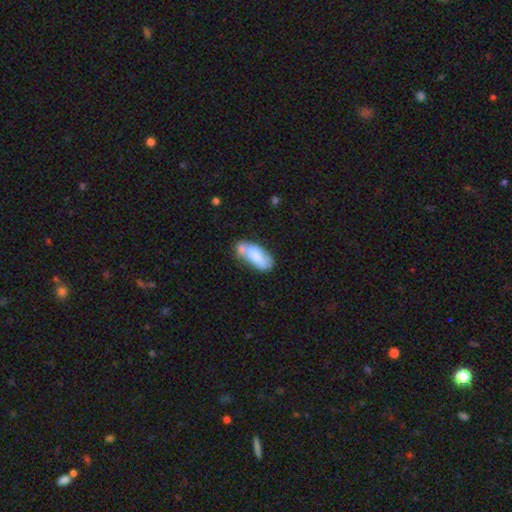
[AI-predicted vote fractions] smooth 70%, featured or disk 23%, star or artifact 7%. Down the decision tree: how rounded — in between (82%); merging — none (43%).